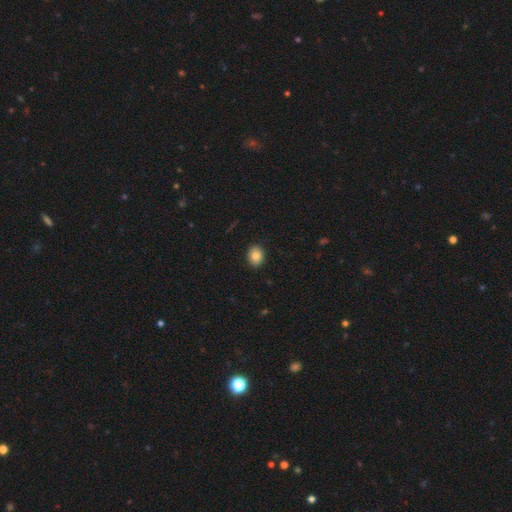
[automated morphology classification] This is clearly a smooth galaxy (84%). How rounded: possibly in between (57%). Merging: clearly none (91%).